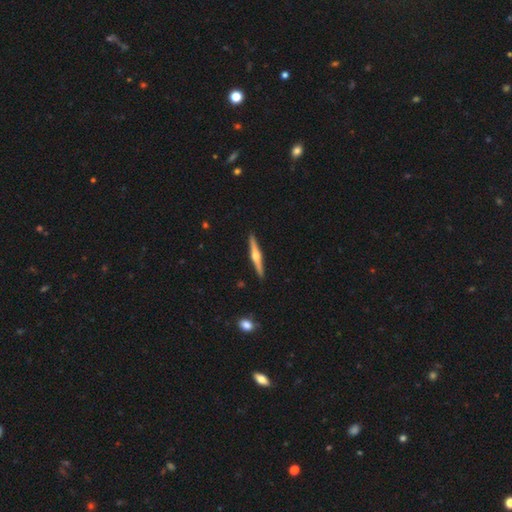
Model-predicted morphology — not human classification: type=featured or disk (74%); edge-on=yes (98%); edge-on bulge=rounded (93%); merging=none (92%).